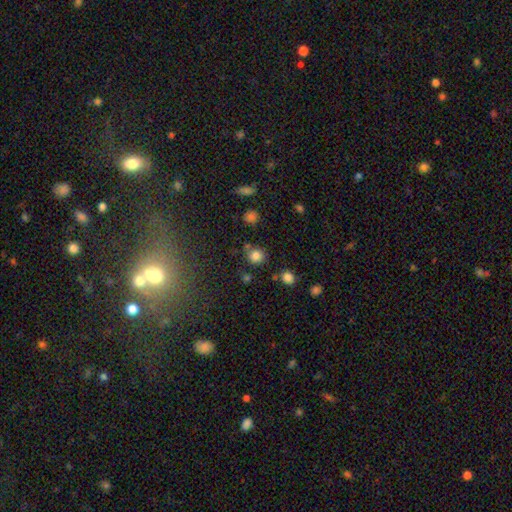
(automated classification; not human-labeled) The model was most divided on "smooth or featured": smooth: 81%, star or artifact: 13%, featured or disk: 5%. More confident: how rounded — round (88%); merging — none (78%).